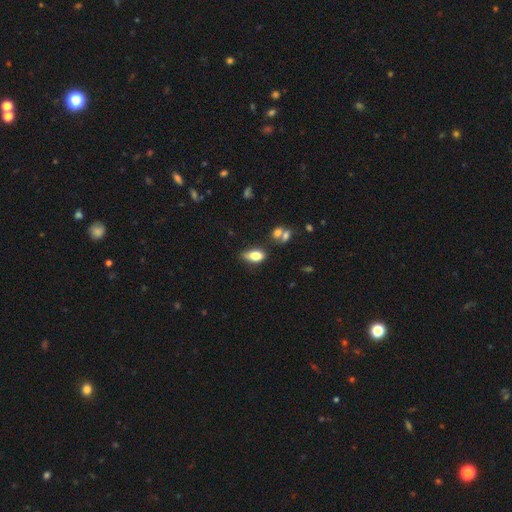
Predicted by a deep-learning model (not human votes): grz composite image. It shows a smooth galaxy with no disk features (79%) that is in between round and cigar-shaped (87%). Merging: none (56%).